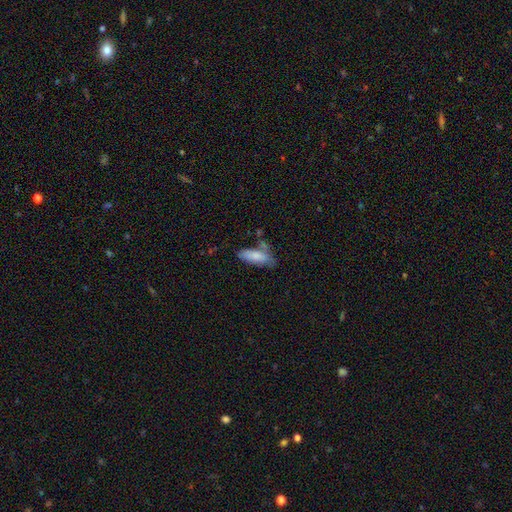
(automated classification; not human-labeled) Smooth or featured? Predicted: smooth (p=0.77). How rounded? Predicted: in between (p=0.69). Merging? Predicted: none (p=0.51).